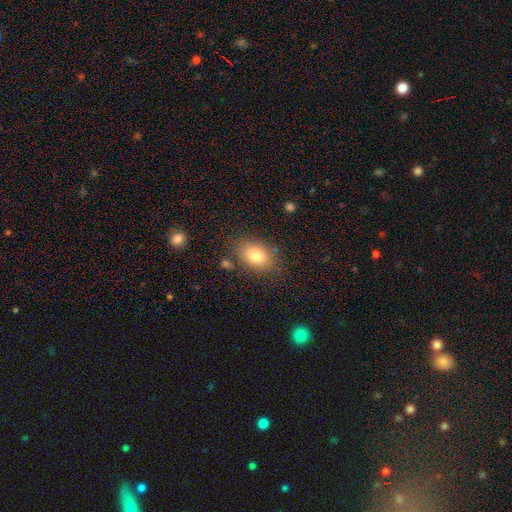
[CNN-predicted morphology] A smooth galaxy with no disk features (79%) that is in between round and cigar-shaped (77%). Merging: none (80%).